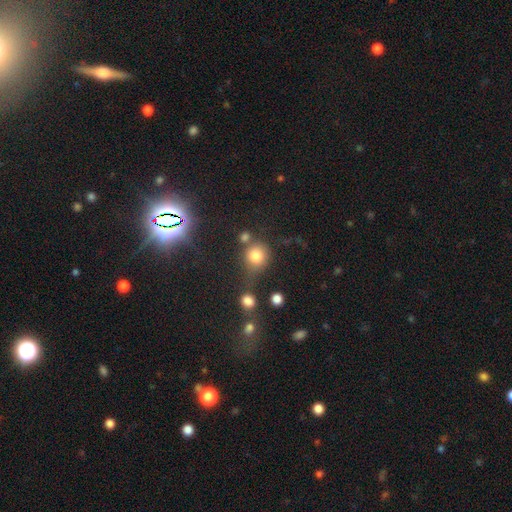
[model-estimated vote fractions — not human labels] This is likely a smooth galaxy (78%). How rounded: clearly round (83%). Merging: possibly none (57%).